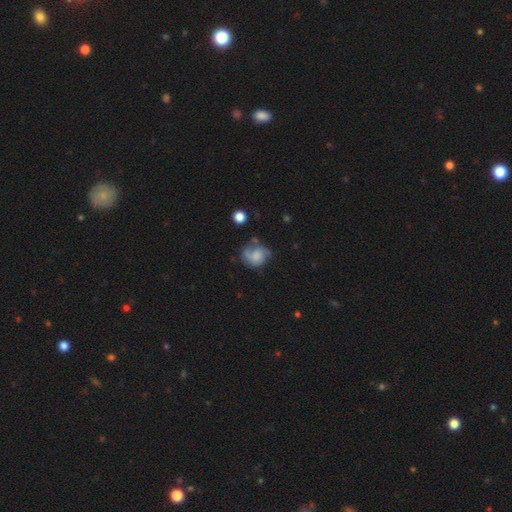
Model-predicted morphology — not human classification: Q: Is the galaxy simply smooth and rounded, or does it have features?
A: featured or disk — 47%.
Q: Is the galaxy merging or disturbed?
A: none — 46%.